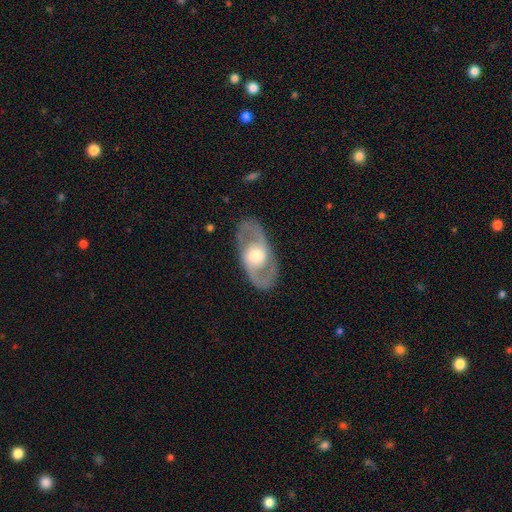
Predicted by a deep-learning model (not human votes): Smooth or featured: featured or disk — 79% (smooth — 17%)
Edge-on disk: no — 92% (yes — 8%)
Bar: no — 59% (weak — 29%)
Spiral arms: yes — 75% (no — 25%)
Spiral winding: medium — 52% (tight — 25%)
Spiral arm count: 2 — 89% (can't tell — 6%)
Bulge size: moderate — 62% (large — 19%)
Merging: none — 86% (minor disturbance — 9%)